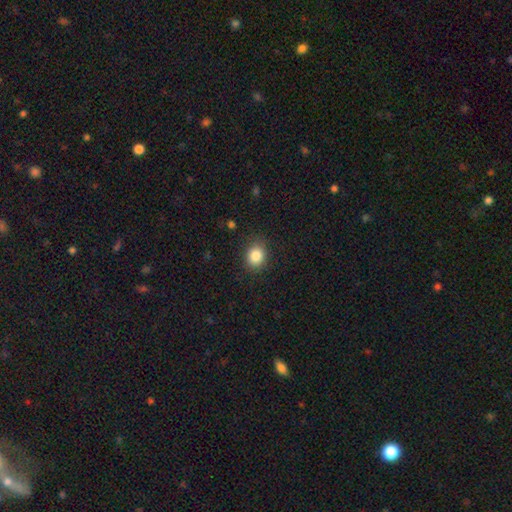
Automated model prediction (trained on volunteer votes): Smooth or featured? Predicted: smooth (p=0.85). How rounded? Predicted: round (p=0.66). Merging? Predicted: none (p=0.85).